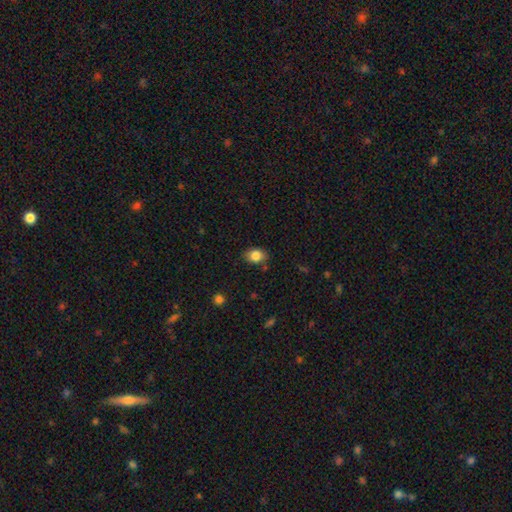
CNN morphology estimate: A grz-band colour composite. It shows a smooth galaxy with no disk features (84%) that is in between round and cigar-shaped (63%). Merging: none (81%).